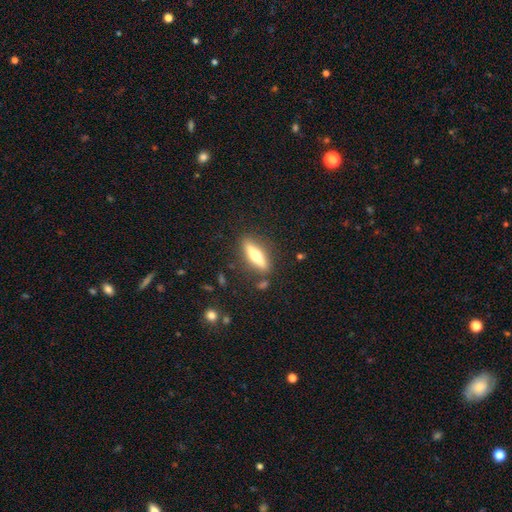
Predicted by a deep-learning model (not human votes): Overall: featured or disk (49%; smooth 45%). Merging: none (84%).